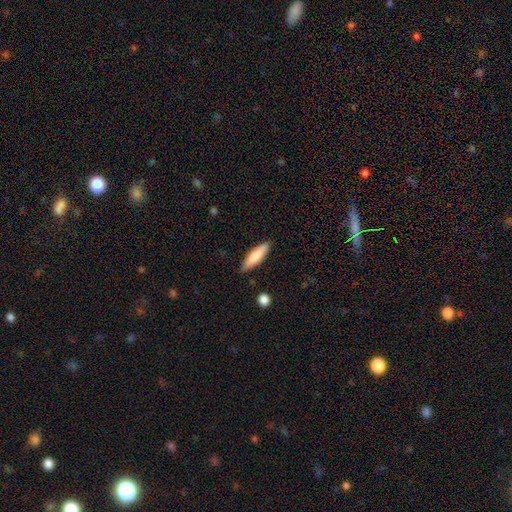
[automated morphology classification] smooth-or-featured: smooth: 81% | featured or disk: 14% | star or artifact: 6%
  how-rounded: cigar-shaped: 67% | in between: 32% | round: 1%
  merging: none: 85% | minor disturbance: 11% | major disturbance: 2% | merger: 2%